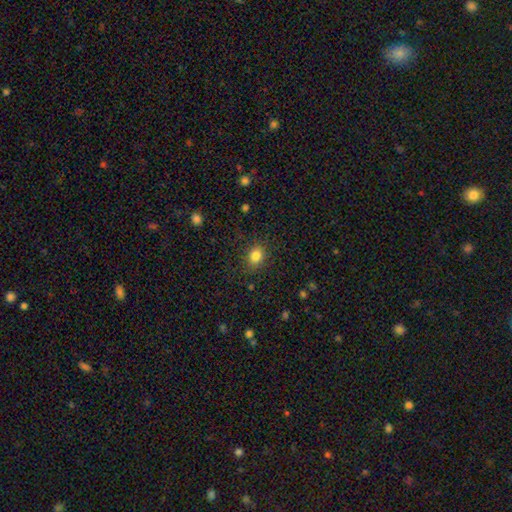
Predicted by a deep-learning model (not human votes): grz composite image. It shows a smooth galaxy with no disk features (83%) that is round (60%). Merging: none (85%).